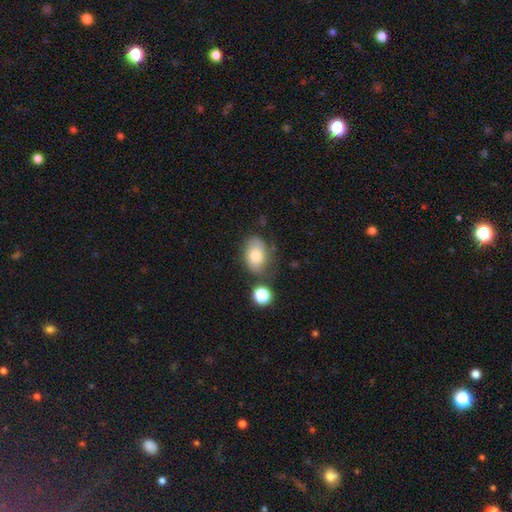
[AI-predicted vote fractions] A smooth galaxy with no disk features (74%) that is in between round and cigar-shaped (81%).

Vote fractions:
- Smooth or featured? smooth: 74% / featured or disk: 16% / star or artifact: 10%
- How rounded? in between: 81% / round: 18% / cigar-shaped: 1%
- Merging? none: 66% / minor disturbance: 20% / merger: 8% / major disturbance: 6%